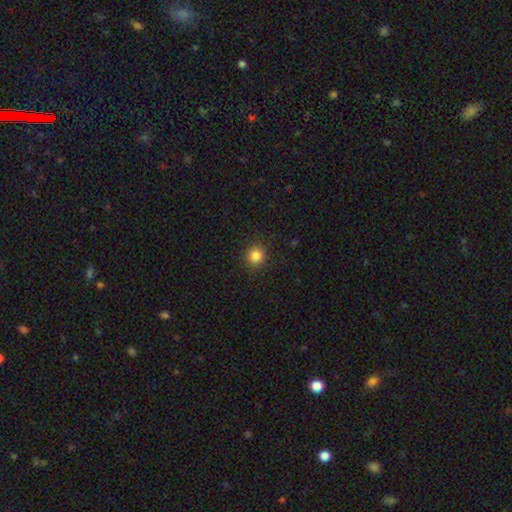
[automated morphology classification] type=smooth (84%); roundness=round (89%); merging=none (90%).